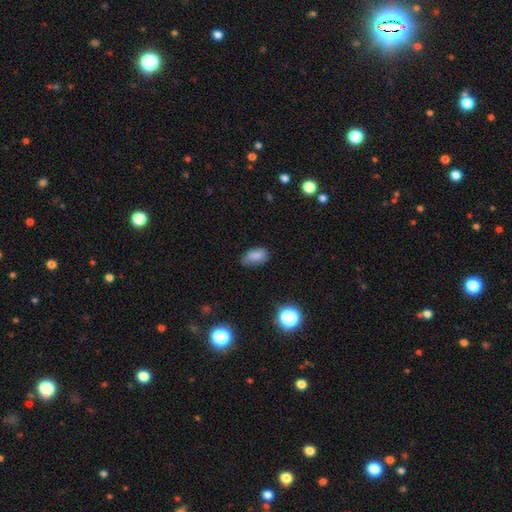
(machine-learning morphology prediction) Smooth or featured? smooth (81%)
How rounded? in between (89%)
Merging? none (61%)